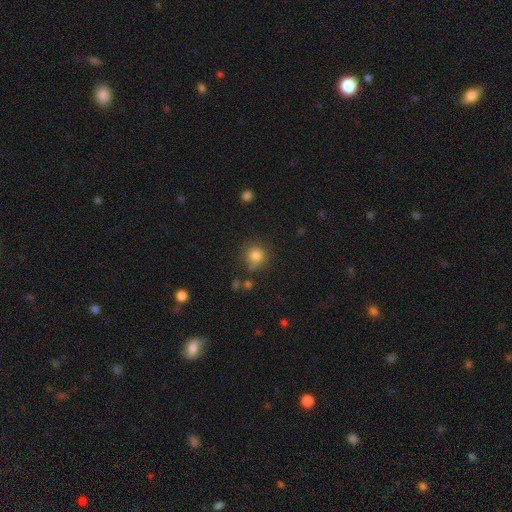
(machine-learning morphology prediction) Smooth or featured?
  - smooth: 83% *
  - star or artifact: 12%
  - featured or disk: 6%
How rounded?
  - round: 91% *
  - in between: 8%
  - cigar-shaped: 1%
Merging?
  - none: 75% *
  - minor disturbance: 14%
  - merger: 6%
  - major disturbance: 5%